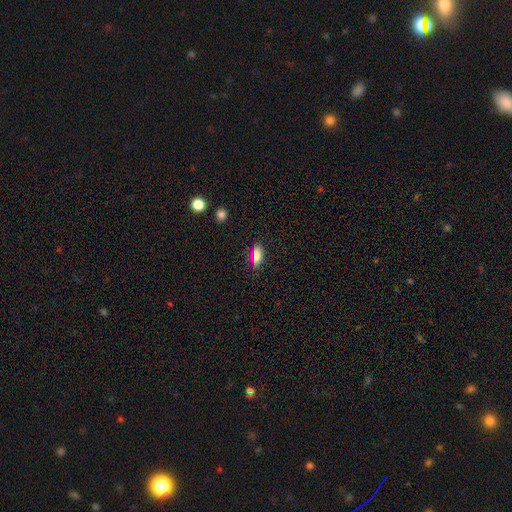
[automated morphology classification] smooth 72%, featured or disk 15%, star or artifact 13%. Down the decision tree: how rounded — in between (69%); merging — none (85%).